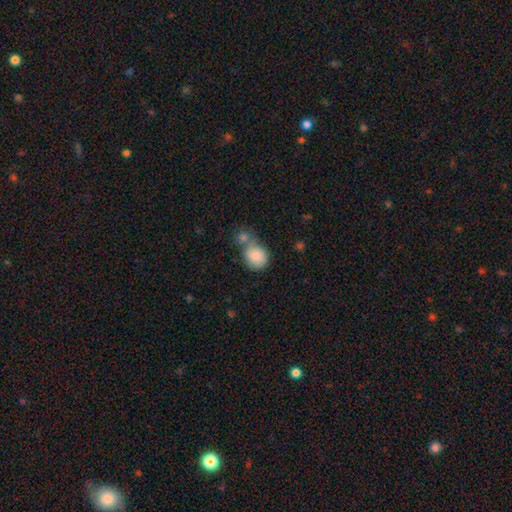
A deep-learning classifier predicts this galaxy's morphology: smooth_or_featured: smooth (p=0.86) [alt: star or artifact p=0.07]
how_rounded: round (p=0.67) [alt: in between p=0.32]
merging: merger (p=0.43) [alt: none p=0.36]